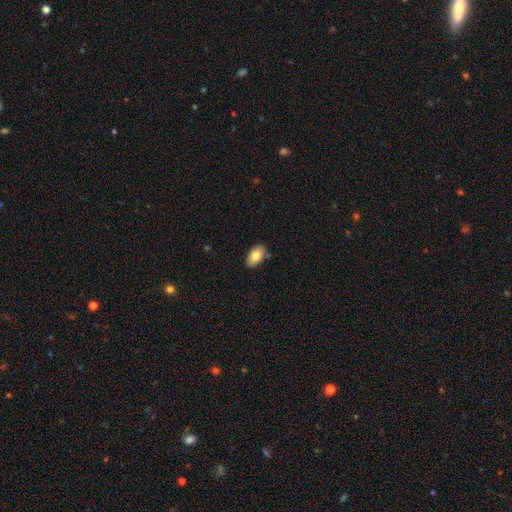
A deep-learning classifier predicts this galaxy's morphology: smooth-or-featured: smooth: 81% | featured or disk: 12% | star or artifact: 7%
  how-rounded: in between: 93% | round: 5% | cigar-shaped: 1%
  merging: none: 84% | minor disturbance: 11% | merger: 2% | major disturbance: 2%